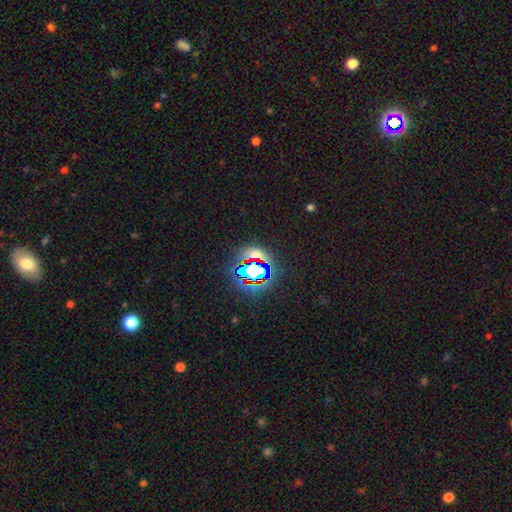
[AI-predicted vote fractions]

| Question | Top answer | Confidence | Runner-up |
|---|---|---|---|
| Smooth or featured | star or artifact | 64% | smooth (23%) |